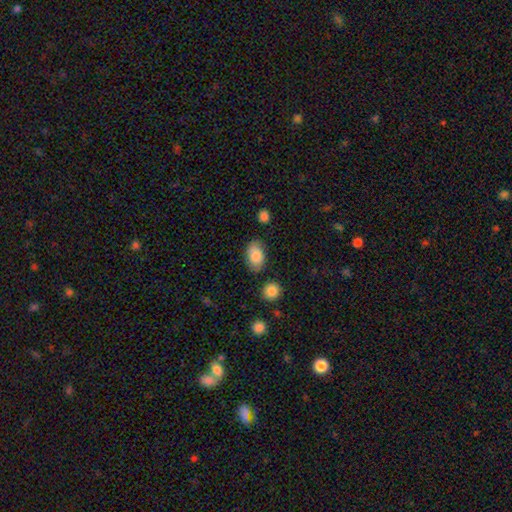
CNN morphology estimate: smooth-or-featured: smooth: 84% | featured or disk: 9% | star or artifact: 7%
  how-rounded: in between: 90% | round: 9% | cigar-shaped: 1%
  merging: none: 77% | minor disturbance: 16% | major disturbance: 4% | merger: 3%